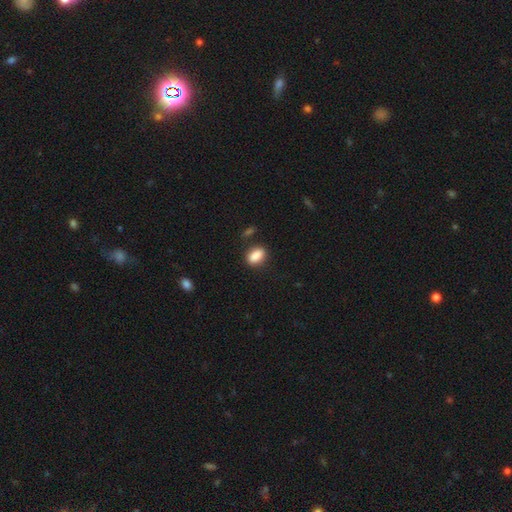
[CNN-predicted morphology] Smooth or featured? Predicted: smooth (p=0.88). How rounded? Predicted: in between (p=0.84). Merging? Predicted: none (p=0.83).